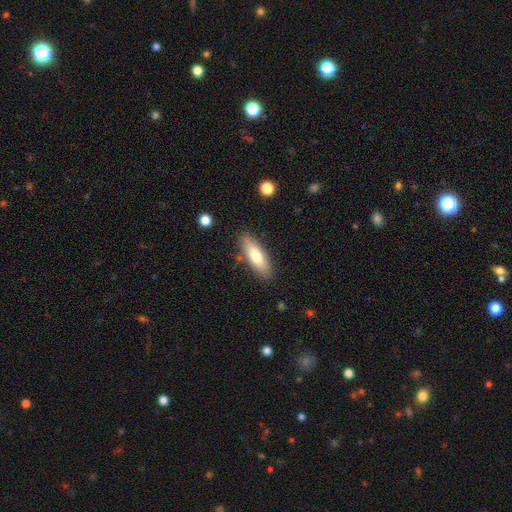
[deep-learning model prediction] Overall: smooth (73%). How rounded: in between (59%; cigar-shaped 39%). Merging: none (83%).